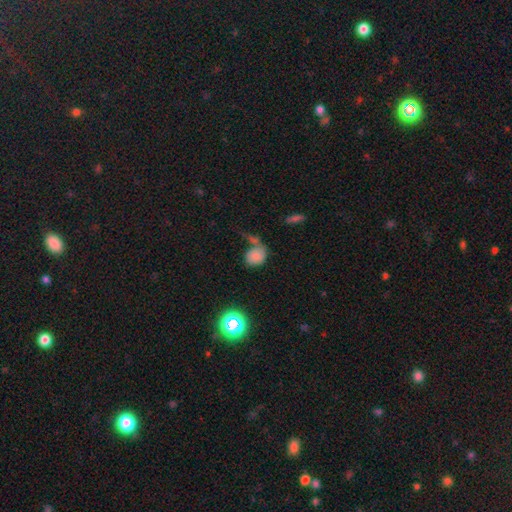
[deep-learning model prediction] This appears to be a smooth galaxy with no disk features (76%) that is round (60%). Merging: none (37%).